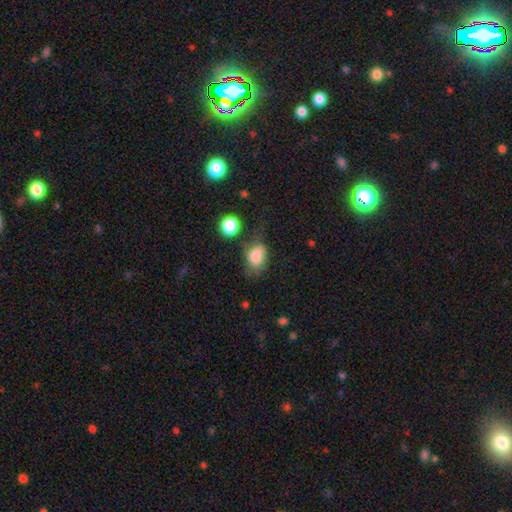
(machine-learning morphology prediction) type=smooth (81%); roundness=in between (78%); merging=none (42%).